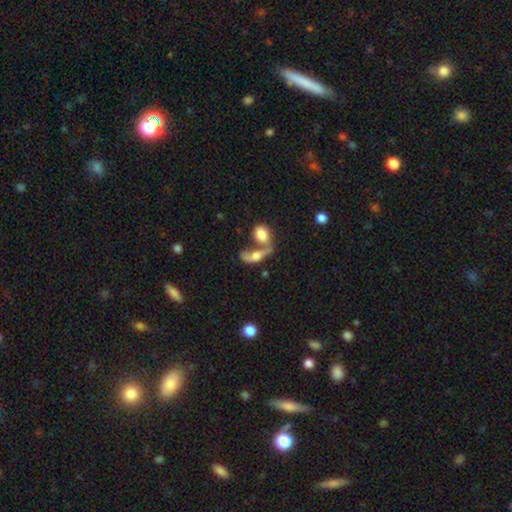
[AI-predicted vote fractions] Smooth or featured?
  - smooth: 54% *
  - featured or disk: 37%
  - star or artifact: 9%
How rounded?
  - in between: 72% *
  - cigar-shaped: 16%
  - round: 12%
Merging?
  - merger: 64% *
  - none: 17%
  - major disturbance: 11%
  - minor disturbance: 8%